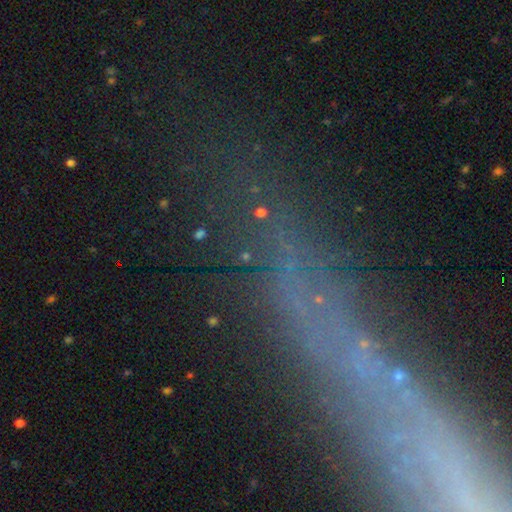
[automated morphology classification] A star or artifact, not a galaxy (44%).

Vote fractions:
- Smooth or featured? star or artifact: 44% / featured or disk: 32% / smooth: 24%